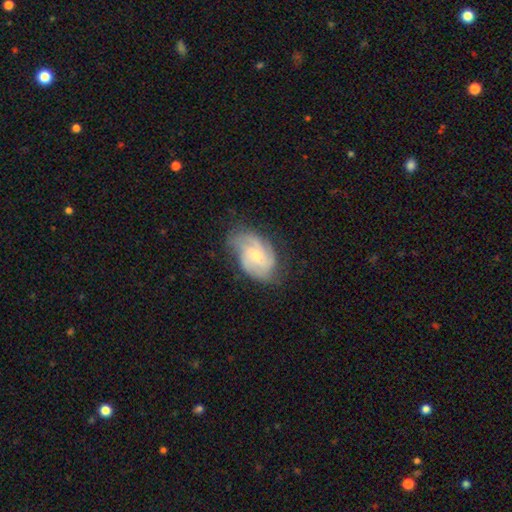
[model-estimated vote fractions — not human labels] The model was most divided on "spiral winding": medium: 45%, tight: 41%, loose: 14%. Remaining: edge-on disk — no (97%); spiral arms — yes (95%); smooth or featured — featured or disk (79%); merging — none (66%); bulge size — small (60%); bar — no (54%); spiral arm count — 3 (40%).